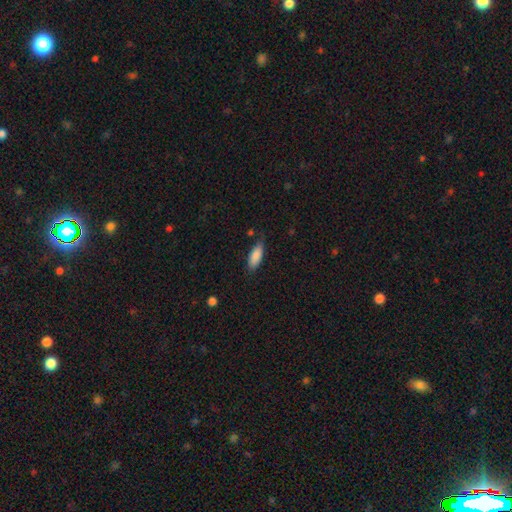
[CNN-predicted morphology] This appears to be a smooth galaxy with no disk features (86%) that is in between round and cigar-shaped (76%). Merging: none (68%).